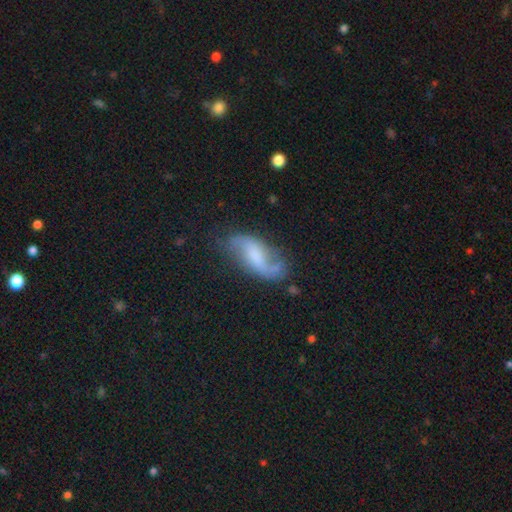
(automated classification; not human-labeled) This is likely a featured or disk galaxy (72%). It is clearly not viewed edge-on (94%). Bar: possibly weak (46%). Spiral arm pattern: clearly yes (91%). Spiral arm count: clearly 2 (83%). Spiral winding: likely loose (68%). Central bulge: marginally none (34%). Merging: likely none (60%).